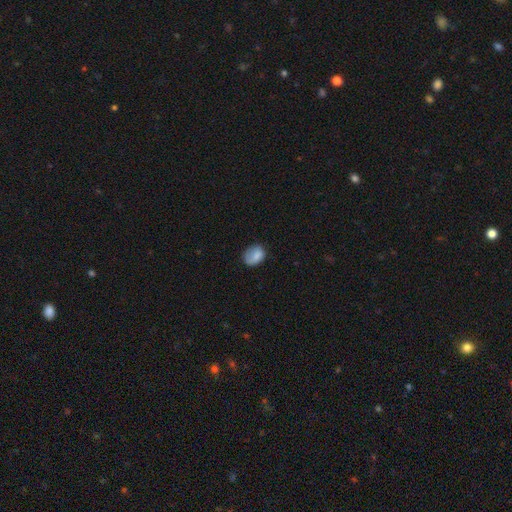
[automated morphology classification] A smooth galaxy with no disk features (80%) that is in between round and cigar-shaped (64%). Merging: none (58%).